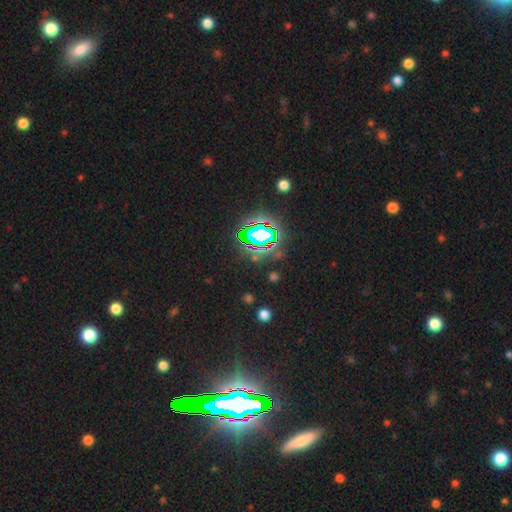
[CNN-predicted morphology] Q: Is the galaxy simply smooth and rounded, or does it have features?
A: star or artifact — 75%.